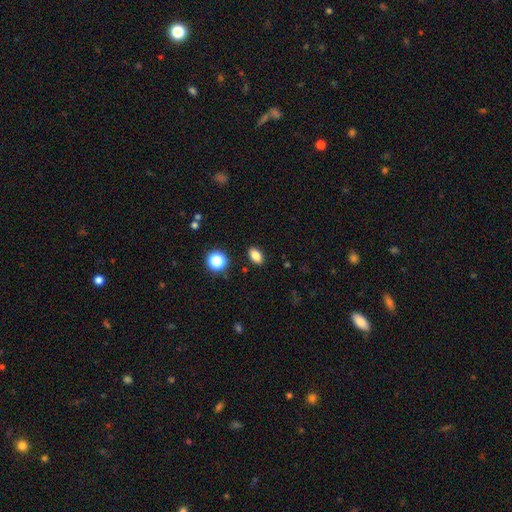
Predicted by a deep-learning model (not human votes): smooth-or-featured: smooth: 83% | star or artifact: 12% | featured or disk: 6%
  how-rounded: in between: 85% | round: 12% | cigar-shaped: 3%
  merging: none: 89% | minor disturbance: 7% | major disturbance: 2% | merger: 2%